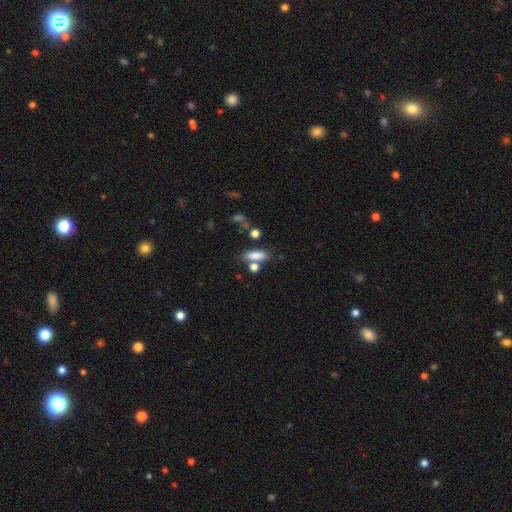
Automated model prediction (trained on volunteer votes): A smooth galaxy with no disk features (82%) that is in between round and cigar-shaped (64%).

Vote fractions:
- Smooth or featured? smooth: 82% / star or artifact: 9% / featured or disk: 8%
- How rounded? in between: 64% / cigar-shaped: 30% / round: 6%
- Merging? none: 60% / merger: 22% / minor disturbance: 13% / major disturbance: 5%